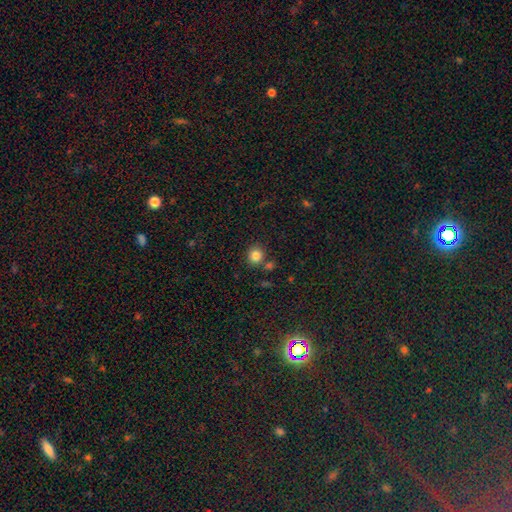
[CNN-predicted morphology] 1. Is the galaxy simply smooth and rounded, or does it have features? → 84% smooth, 11% star or artifact, 5% featured or disk.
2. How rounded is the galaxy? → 84% round, 15% in between, 1% cigar-shaped.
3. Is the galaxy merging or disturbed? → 78% none, 11% merger, 9% minor disturbance, 3% major disturbance.